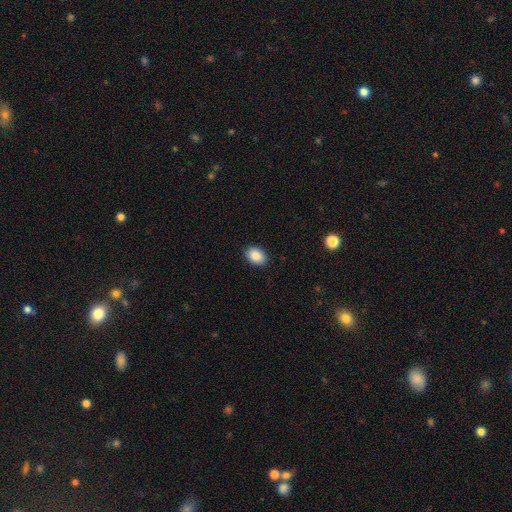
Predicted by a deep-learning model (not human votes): Morphology: type=smooth (89%); roundness=in between (81%); merging=none (90%).